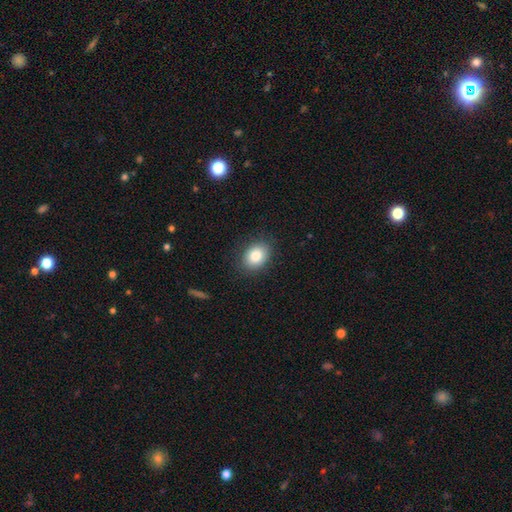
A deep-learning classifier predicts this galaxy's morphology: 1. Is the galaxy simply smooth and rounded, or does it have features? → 83% smooth, 9% star or artifact, 9% featured or disk.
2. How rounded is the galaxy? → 67% in between, 32% round, 1% cigar-shaped.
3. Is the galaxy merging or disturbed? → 86% none, 10% minor disturbance, 3% major disturbance, 1% merger.